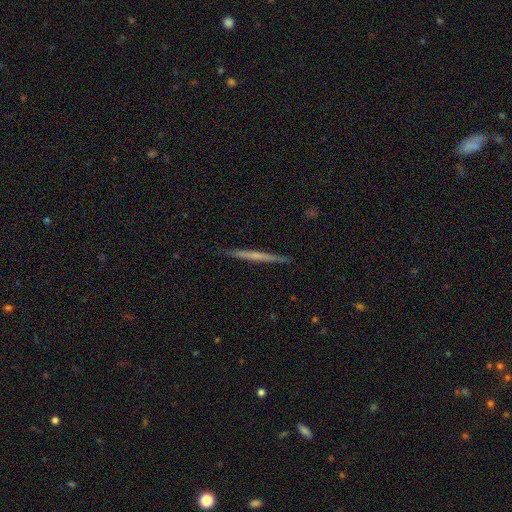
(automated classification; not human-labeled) Smooth or featured? Predicted: featured or disk (p=0.55). Edge-on disk? Predicted: yes (p=0.98). Edge-on bulge? Predicted: none (p=0.80). Merging? Predicted: none (p=0.91).